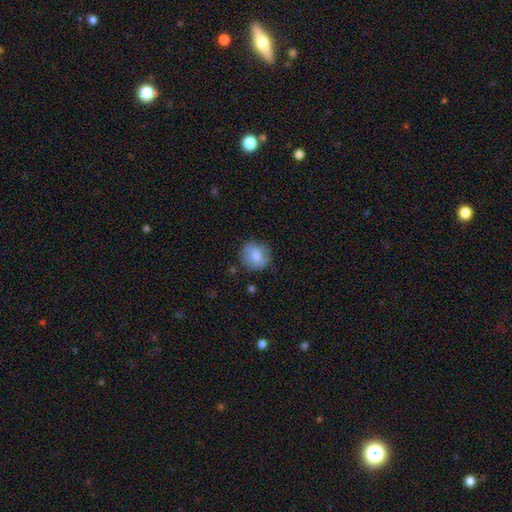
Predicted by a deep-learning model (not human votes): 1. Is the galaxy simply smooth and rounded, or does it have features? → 62% smooth, 30% featured or disk, 8% star or artifact.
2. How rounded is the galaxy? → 87% round, 12% in between, 1% cigar-shaped.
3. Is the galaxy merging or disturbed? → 76% none, 17% minor disturbance, 5% major disturbance, 2% merger.